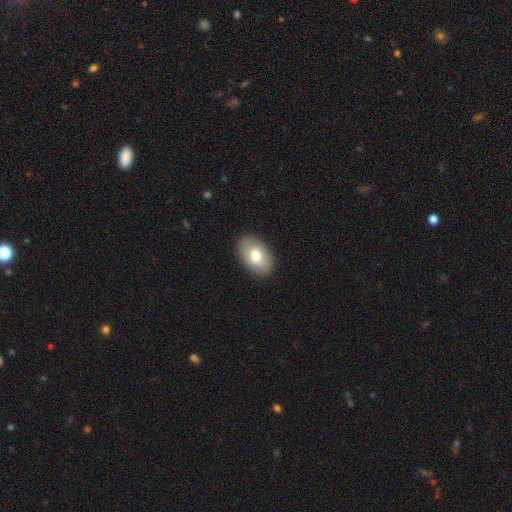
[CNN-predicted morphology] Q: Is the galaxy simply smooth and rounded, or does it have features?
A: smooth — 75%.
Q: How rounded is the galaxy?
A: in between — 92%.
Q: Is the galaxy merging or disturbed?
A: none — 87%.